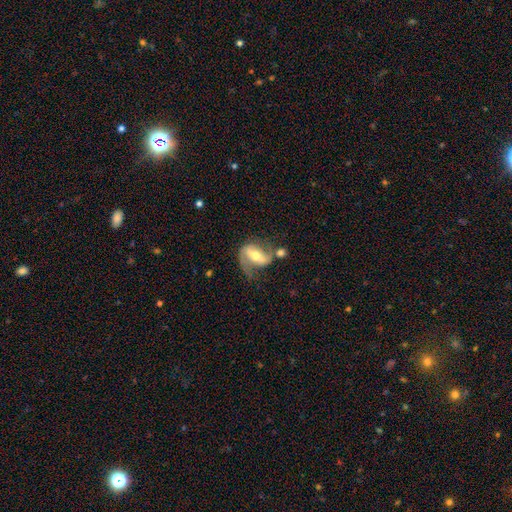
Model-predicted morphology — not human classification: Smooth or featured? featured or disk (80%)
Edge-on disk? no (95%)
Bar? strong (52%)
Spiral arms? yes (91%)
Spiral winding? medium (42%)
Spiral arm count? 2 (78%)
Bulge size? moderate (65%)
Merging? none (49%)